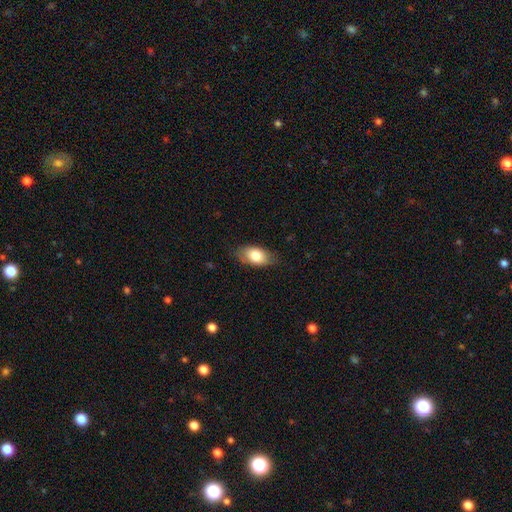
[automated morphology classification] The model was most divided on "merging": none: 78%, minor disturbance: 18%, major disturbance: 3%, merger: 1%. More confident: how rounded — in between (91%); smooth or featured — smooth (79%).